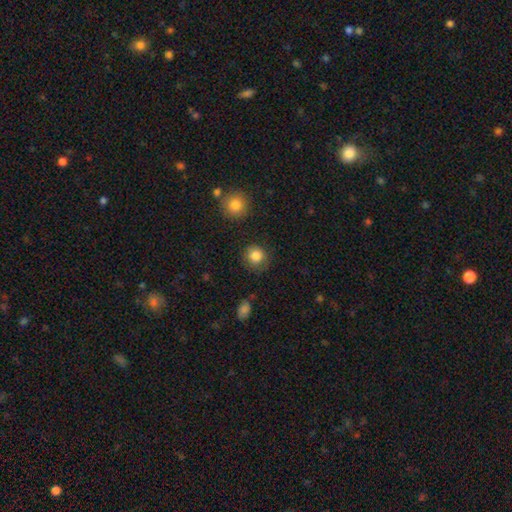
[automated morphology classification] A smooth galaxy with no disk features (84%) that is round (89%).

Vote fractions:
- Smooth or featured? smooth: 84% / star or artifact: 10% / featured or disk: 6%
- How rounded? round: 89% / in between: 10% / cigar-shaped: 1%
- Merging? none: 85% / minor disturbance: 10% / major disturbance: 3% / merger: 2%